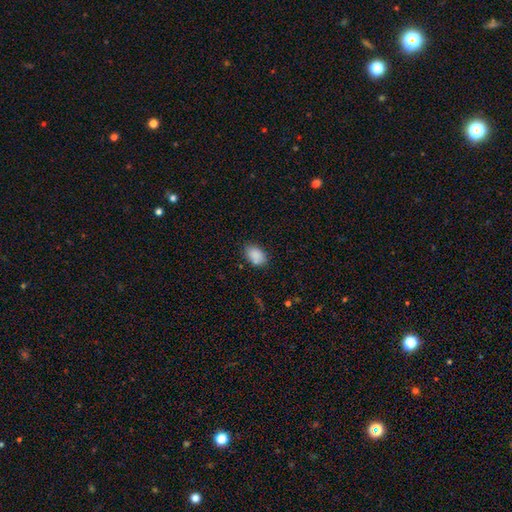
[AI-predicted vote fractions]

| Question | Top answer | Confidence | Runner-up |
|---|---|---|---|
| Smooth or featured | smooth | 87% | star or artifact (8%) |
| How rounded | in between | 86% | round (13%) |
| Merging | none | 76% | minor disturbance (16%) |